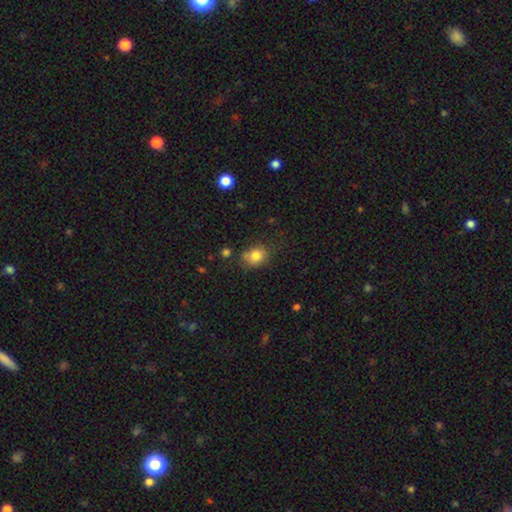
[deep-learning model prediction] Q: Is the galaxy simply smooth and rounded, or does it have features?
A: smooth — 81%.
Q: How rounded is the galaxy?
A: round — 50%.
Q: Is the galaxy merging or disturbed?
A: none — 64%.